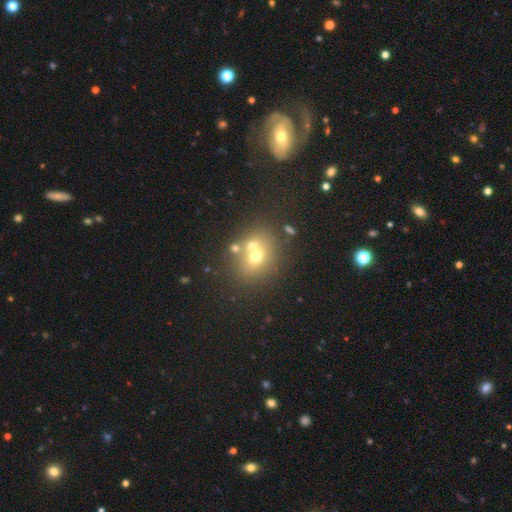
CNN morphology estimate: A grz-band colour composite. It shows a smooth galaxy with no disk features (61%) that is round (66%). Merging: none (50%).